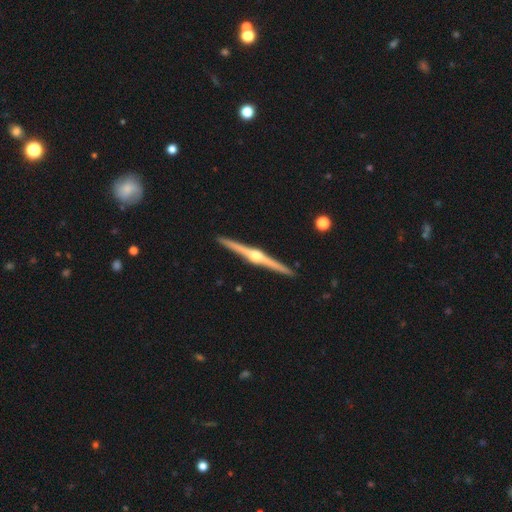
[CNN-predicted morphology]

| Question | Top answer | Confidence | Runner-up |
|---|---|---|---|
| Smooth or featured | featured or disk | 87% | smooth (8%) |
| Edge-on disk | yes | 99% | no (1%) |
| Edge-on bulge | rounded | 95% | boxy (3%) |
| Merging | none | 93% | minor disturbance (5%) |